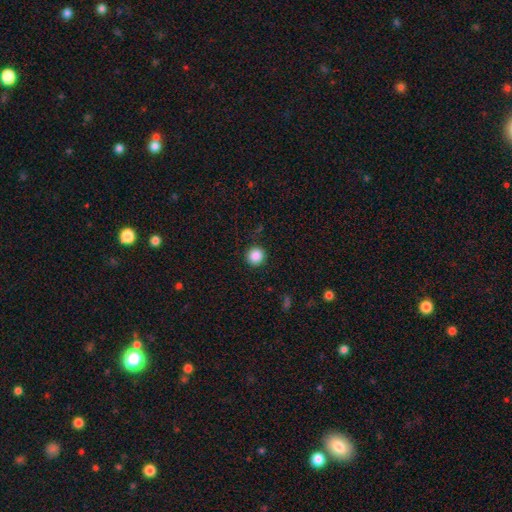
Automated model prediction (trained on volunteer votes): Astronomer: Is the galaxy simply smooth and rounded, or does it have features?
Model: smooth — 87%.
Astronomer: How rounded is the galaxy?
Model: round — 94%.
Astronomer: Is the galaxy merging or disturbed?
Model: none — 90%.